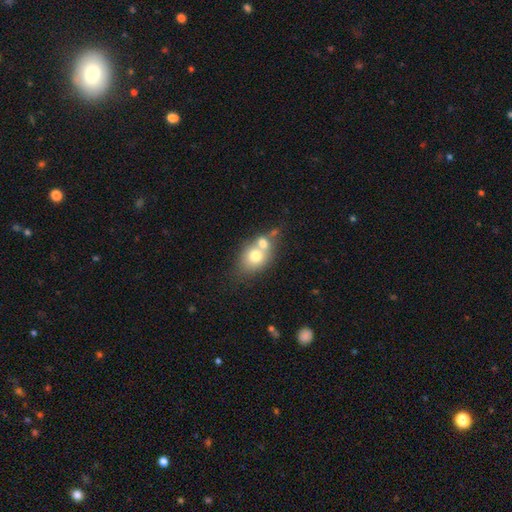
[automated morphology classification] This appears to be a smooth galaxy with no disk features (68%) that is in between round and cigar-shaped (55%). Merging: merger (55%).